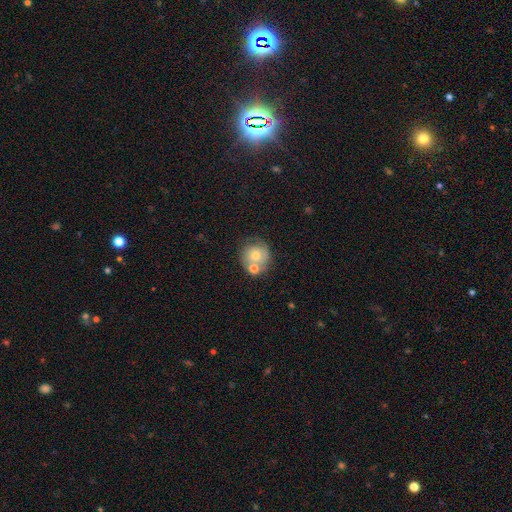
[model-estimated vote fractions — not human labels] Overall: smooth (63%; featured or disk 29%). How rounded: round (85%). Merging: none (47%; merger 30%).